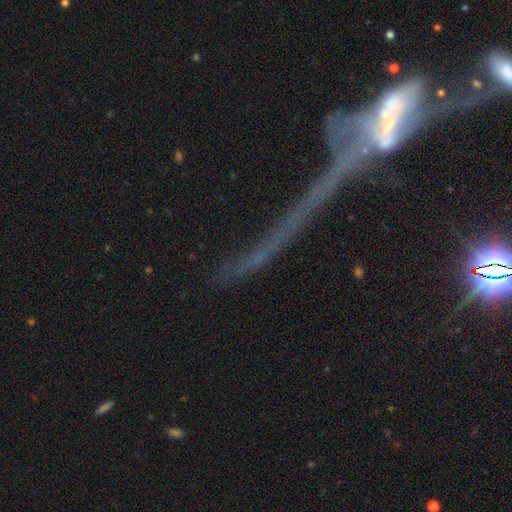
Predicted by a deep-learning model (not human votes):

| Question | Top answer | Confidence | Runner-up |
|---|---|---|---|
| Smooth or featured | featured or disk | 46% | star or artifact (37%) |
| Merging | none | 40% | major disturbance (26%) |